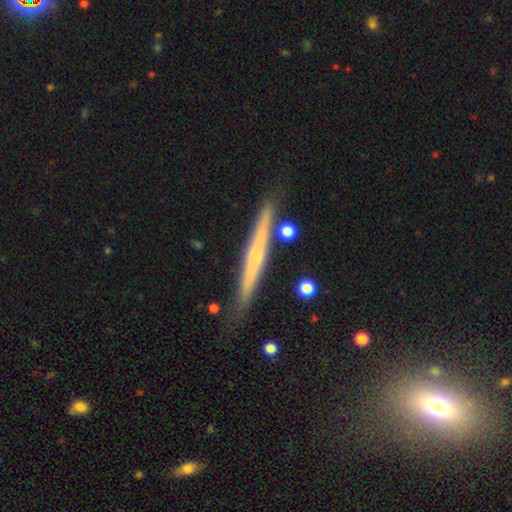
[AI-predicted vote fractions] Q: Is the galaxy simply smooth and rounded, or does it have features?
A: featured or disk — 56%.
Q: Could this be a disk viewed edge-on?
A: yes — 97%.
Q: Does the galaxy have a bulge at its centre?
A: none — 61%.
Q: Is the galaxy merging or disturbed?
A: none — 83%.